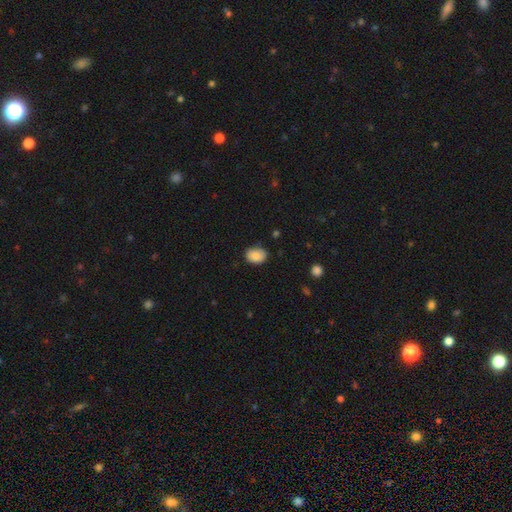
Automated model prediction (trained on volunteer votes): Morphology: type=smooth (87%); roundness=in between (70%); merging=none (76%).